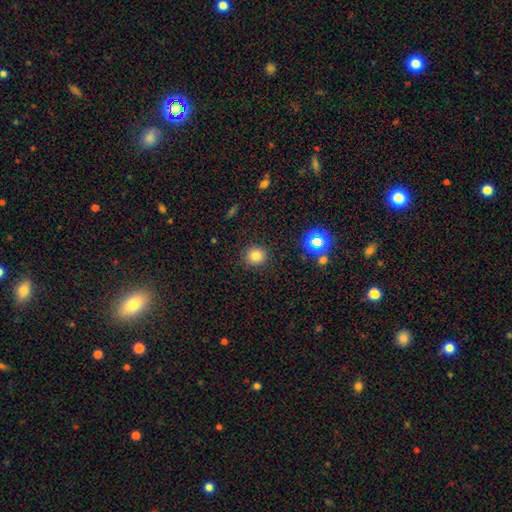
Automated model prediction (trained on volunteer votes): Smooth or featured? Predicted: smooth (p=0.78). How rounded? Predicted: round (p=0.88). Merging? Predicted: none (p=0.89).